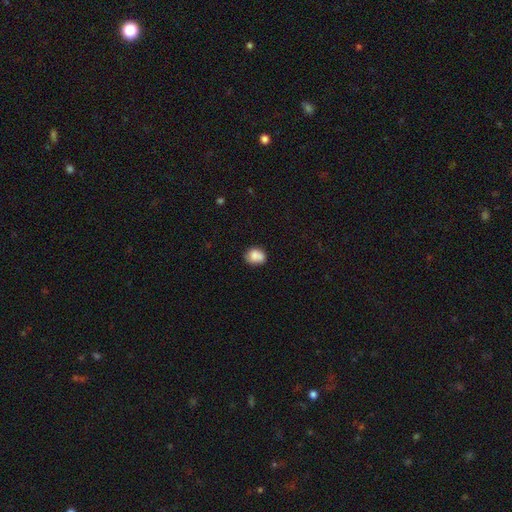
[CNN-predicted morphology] Smooth or featured: smooth — 80% (featured or disk — 11%)
How rounded: round — 56% (in between — 43%)
Merging: none — 64% (minor disturbance — 22%)